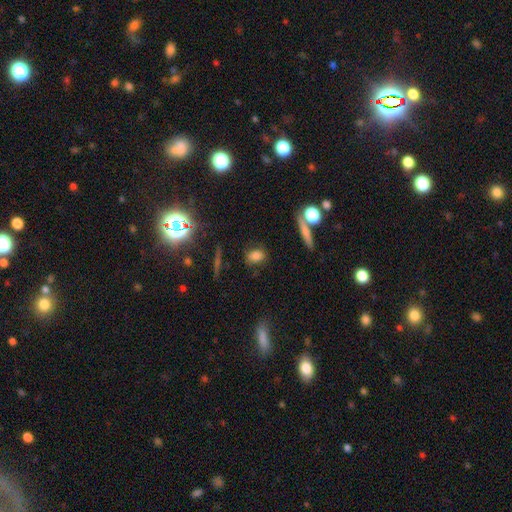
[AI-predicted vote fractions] Smooth or featured: smooth — 75% (star or artifact — 15%)
How rounded: in between — 68% (round — 27%)
Merging: none — 77% (minor disturbance — 15%)